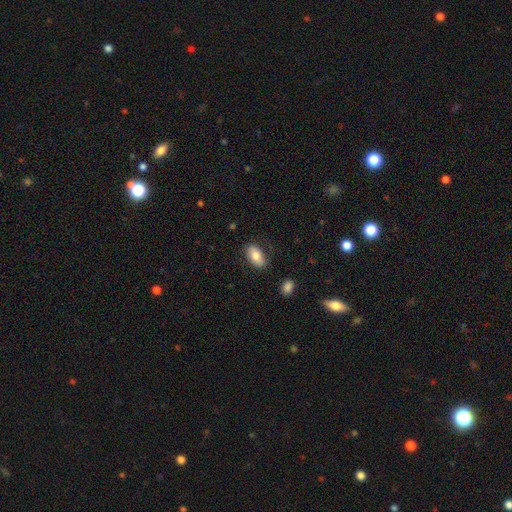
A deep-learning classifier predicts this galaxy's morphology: The model was most divided on "smooth or featured": smooth: 78%, featured or disk: 16%, star or artifact: 7%. More confident: how rounded — in between (93%); merging — none (78%).